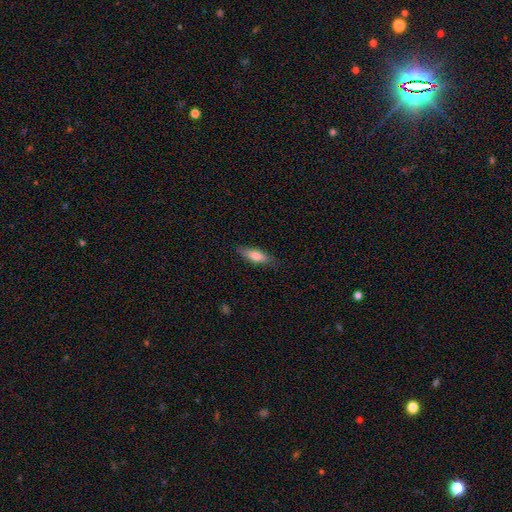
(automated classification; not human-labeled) smooth_or_featured: smooth (p=0.75) [alt: featured or disk p=0.19]
how_rounded: in between (p=0.53) [alt: cigar-shaped p=0.45]
merging: none (p=0.80) [alt: minor disturbance p=0.16]